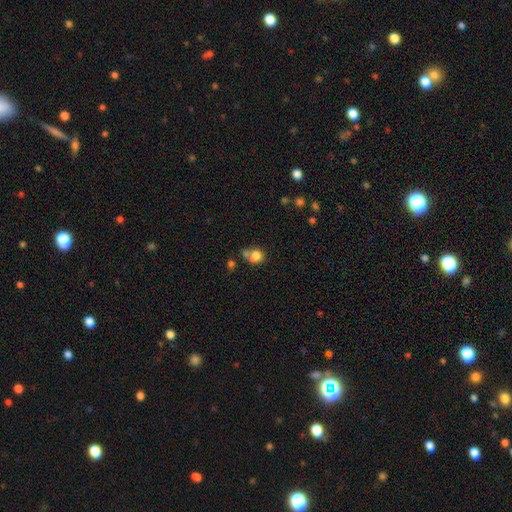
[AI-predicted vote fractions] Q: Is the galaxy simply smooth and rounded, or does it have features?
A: smooth — 79%.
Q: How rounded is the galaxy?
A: round — 75%.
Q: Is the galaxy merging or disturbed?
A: none — 43%.